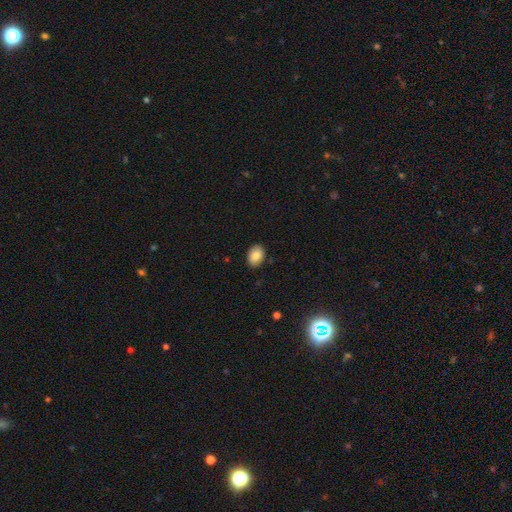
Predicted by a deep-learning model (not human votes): This is clearly a smooth galaxy (86%). How rounded: likely in between (78%). Merging: clearly none (89%).